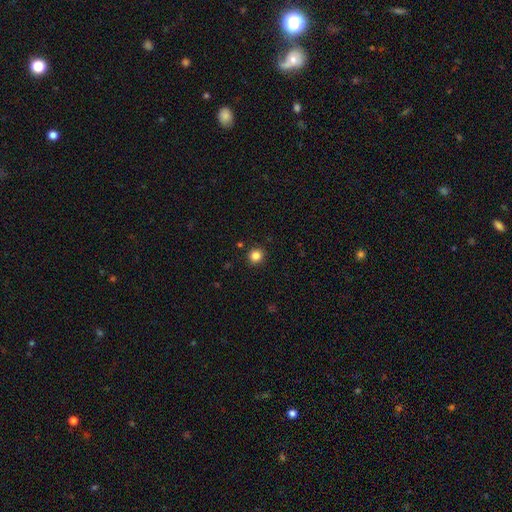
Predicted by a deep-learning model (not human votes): This appears to be a smooth galaxy with no disk features (84%) that is round (90%). Merging: none (91%).